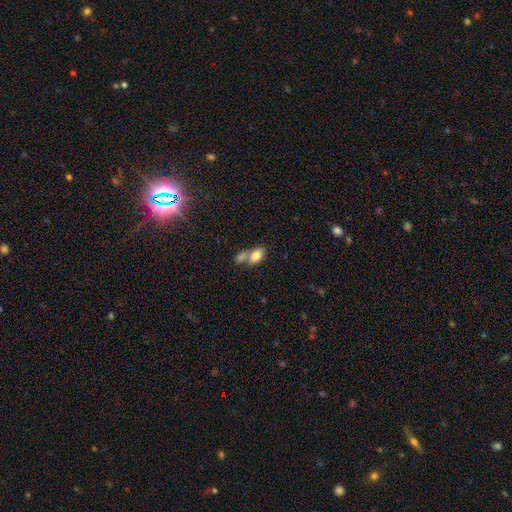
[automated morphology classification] Smooth or featured? Predicted: smooth (p=0.81). How rounded? Predicted: in between (p=0.88). Merging? Predicted: merger (p=0.52).